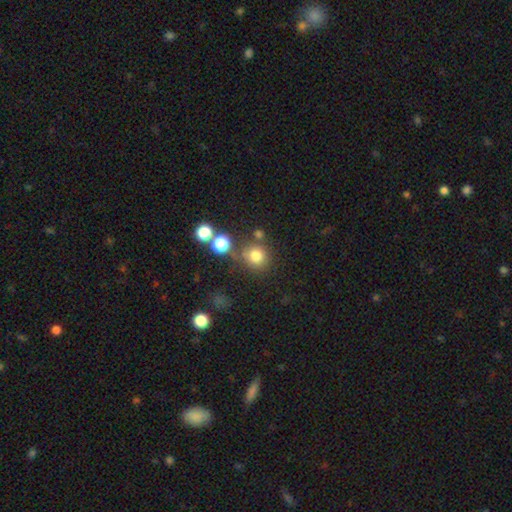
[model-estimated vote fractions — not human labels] smooth-or-featured: smooth: 78% | star or artifact: 15% | featured or disk: 7%
  how-rounded: round: 89% | in between: 10% | cigar-shaped: 1%
  merging: none: 68% | merger: 14% | minor disturbance: 12% | major disturbance: 6%